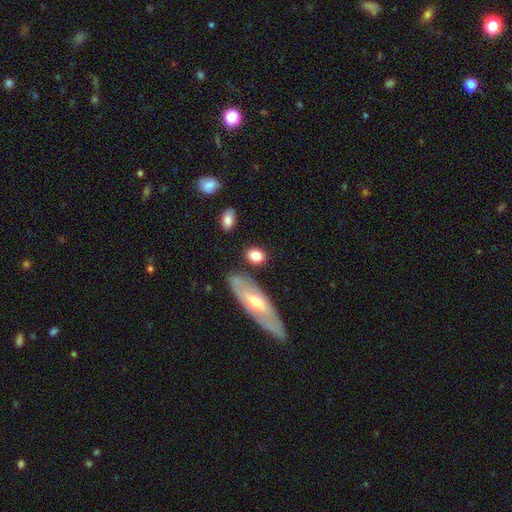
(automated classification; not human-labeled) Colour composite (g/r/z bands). It shows a smooth galaxy with no disk features (81%) that is in between round and cigar-shaped (70%). Merging: none (74%).